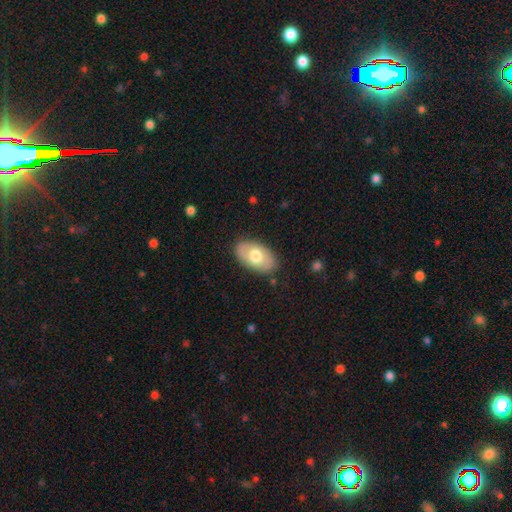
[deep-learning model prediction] The model was most divided on "smooth or featured": smooth: 65%, featured or disk: 29%, star or artifact: 5%. More confident: how rounded — in between (93%); merging — none (84%).